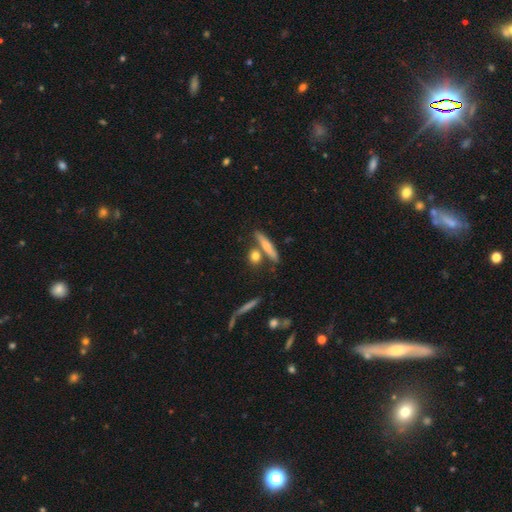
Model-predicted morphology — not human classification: Smooth or featured? Predicted: smooth (p=0.67). How rounded? Predicted: cigar-shaped (p=0.43). Merging? Predicted: none (p=0.66).